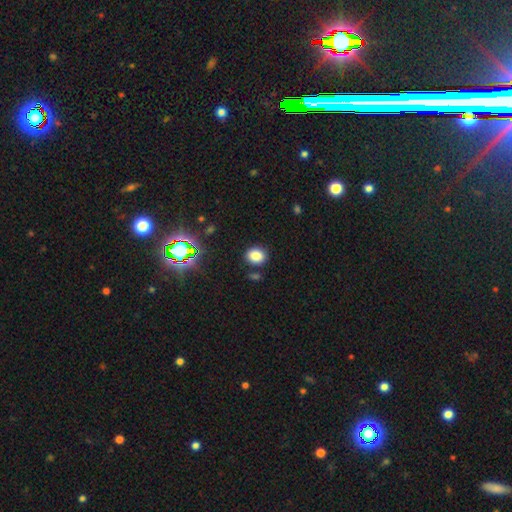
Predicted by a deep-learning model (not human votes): A smooth galaxy with no disk features (81%) that is round (55%). Merging: none (83%).